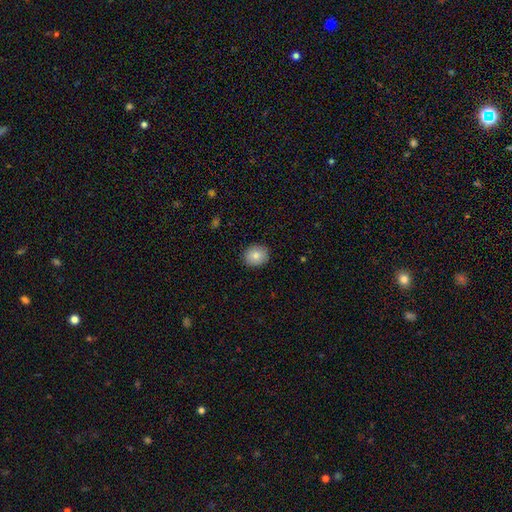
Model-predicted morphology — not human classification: Q: Smooth or featured?
A: smooth (84%); runner-up: featured or disk (8%)
Q: How rounded?
A: round (75%); runner-up: in between (24%)
Q: Merging?
A: none (89%); runner-up: minor disturbance (8%)